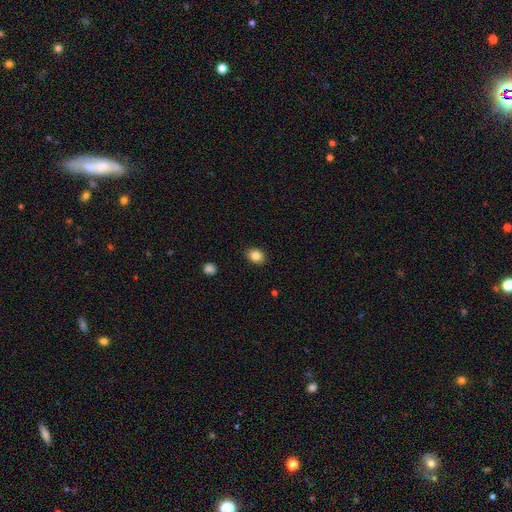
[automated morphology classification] Smooth or featured? smooth (84%)
How rounded? in between (54%)
Merging? none (89%)